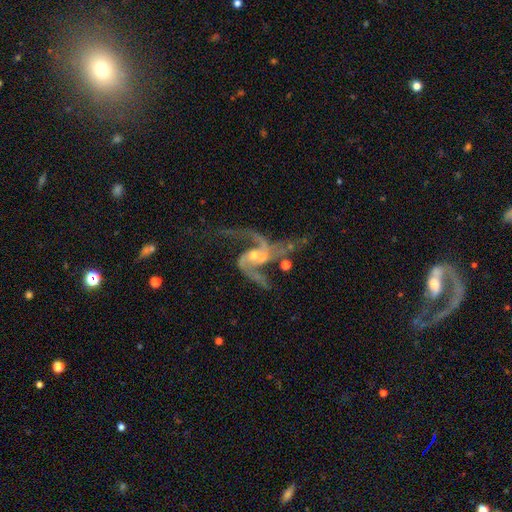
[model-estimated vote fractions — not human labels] This is clearly a featured or disk galaxy (88%). It is clearly not viewed edge-on (97%). Bar: possibly no (57%). Spiral arm pattern: clearly yes (94%). Spiral arm count: likely 2 (75%). Spiral winding: likely loose (71%). Central bulge: possibly small (45%). Merging: marginally merger (31%).